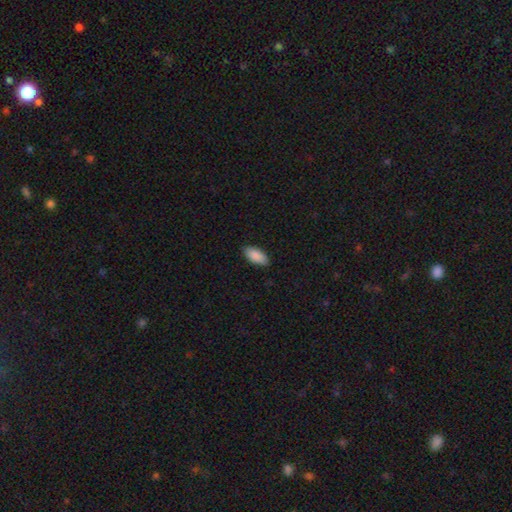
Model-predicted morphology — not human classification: smooth_or_featured: smooth (p=0.90) [alt: star or artifact p=0.06]
how_rounded: in between (p=0.92) [alt: cigar-shaped p=0.07]
merging: none (p=0.84) [alt: minor disturbance p=0.13]